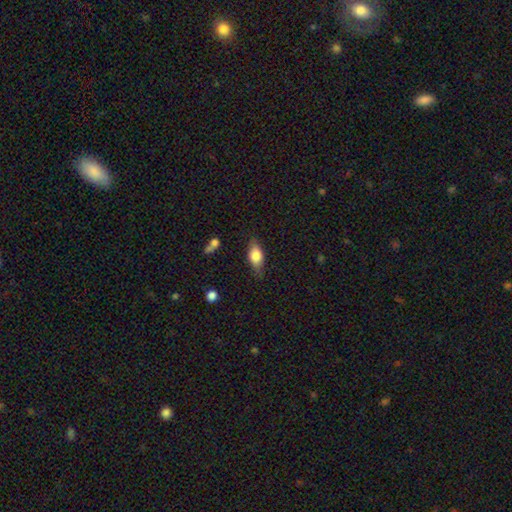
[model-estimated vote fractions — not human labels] Smooth or featured?
  - smooth: 72% *
  - featured or disk: 21%
  - star or artifact: 7%
How rounded?
  - in between: 82% *
  - cigar-shaped: 13%
  - round: 6%
Merging?
  - none: 77% *
  - minor disturbance: 17%
  - major disturbance: 4%
  - merger: 2%